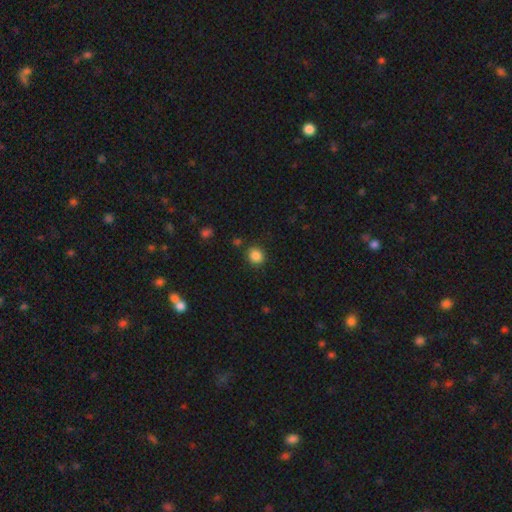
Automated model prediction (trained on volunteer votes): Smooth or featured? smooth (86%)
How rounded? round (79%)
Merging? none (85%)